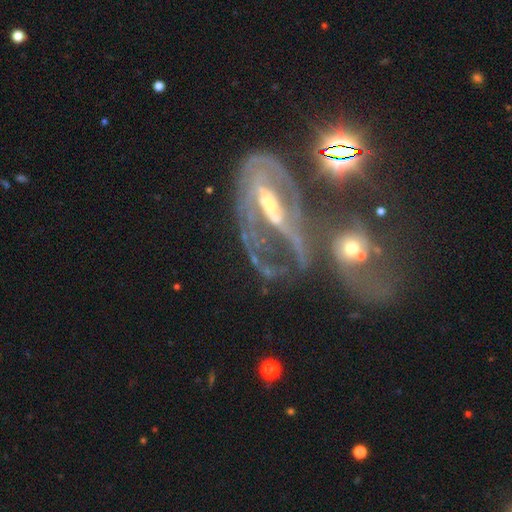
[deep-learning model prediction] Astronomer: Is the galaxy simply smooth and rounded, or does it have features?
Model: featured or disk — 75%.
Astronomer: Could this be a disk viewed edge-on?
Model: no — 90%.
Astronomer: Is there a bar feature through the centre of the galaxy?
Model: strong — 42% (runner-up: weak, 31%).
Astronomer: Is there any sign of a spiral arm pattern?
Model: yes — 69%.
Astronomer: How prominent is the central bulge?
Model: moderate — 48% (runner-up: small, 37%).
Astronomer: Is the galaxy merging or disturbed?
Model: major disturbance — 33% (runner-up: none, 28%).